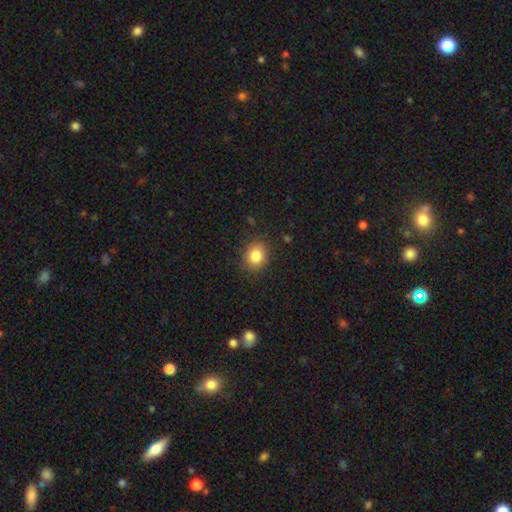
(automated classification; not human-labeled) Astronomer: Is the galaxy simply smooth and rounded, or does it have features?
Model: smooth — 83%.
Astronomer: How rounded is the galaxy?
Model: round — 67%.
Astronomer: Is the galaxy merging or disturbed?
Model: none — 86%.